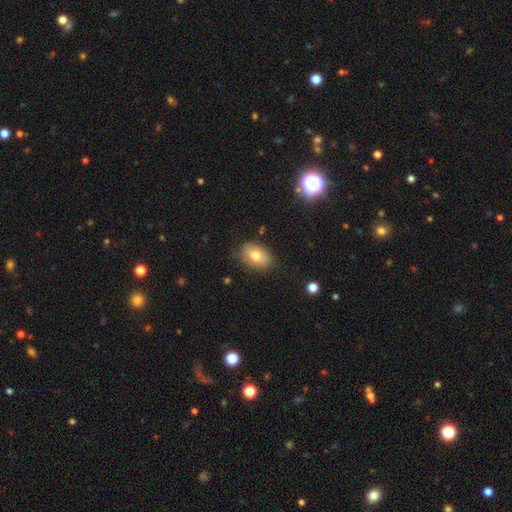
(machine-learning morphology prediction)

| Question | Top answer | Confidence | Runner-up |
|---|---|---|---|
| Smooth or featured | smooth | 76% | featured or disk (16%) |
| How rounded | in between | 85% | round (14%) |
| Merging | none | 78% | minor disturbance (16%) |